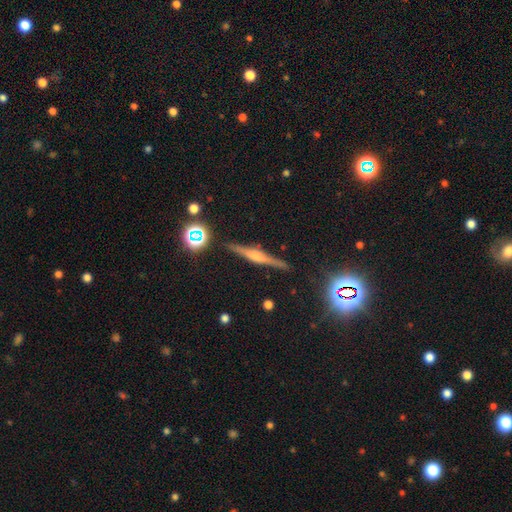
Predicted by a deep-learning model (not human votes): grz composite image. It shows a featured or disk galaxy (75%) viewed edge-on (97%) with a rounded central bulge (83%). Merging: none (87%).